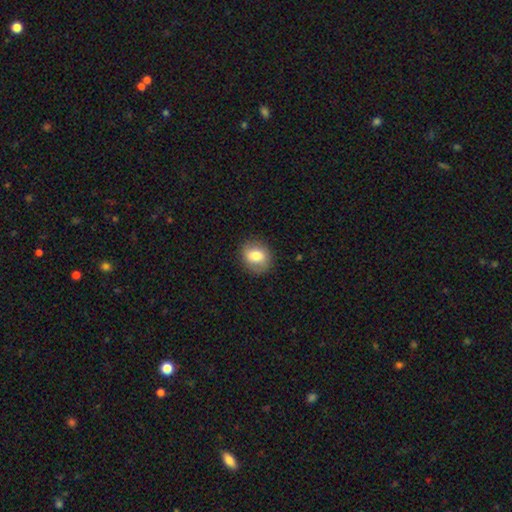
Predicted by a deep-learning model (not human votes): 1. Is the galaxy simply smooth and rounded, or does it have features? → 77% smooth, 15% featured or disk, 8% star or artifact.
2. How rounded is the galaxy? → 61% round, 38% in between, 1% cigar-shaped.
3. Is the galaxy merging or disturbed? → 86% none, 10% minor disturbance, 3% major disturbance, 1% merger.